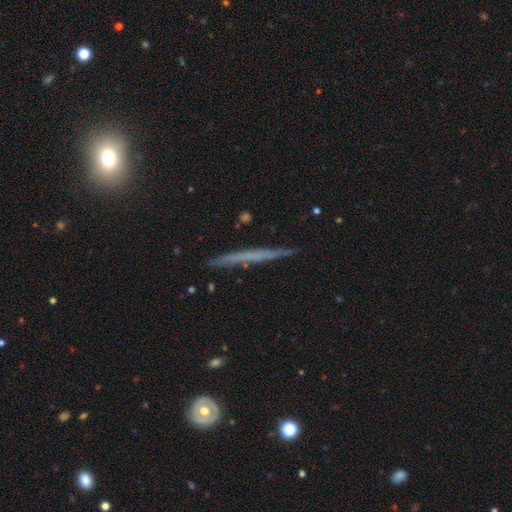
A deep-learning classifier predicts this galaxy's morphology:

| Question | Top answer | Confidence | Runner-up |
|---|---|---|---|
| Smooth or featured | featured or disk | 59% | smooth (33%) |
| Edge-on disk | yes | 96% | no (4%) |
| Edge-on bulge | none | 88% | rounded (8%) |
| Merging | none | 88% | minor disturbance (9%) |